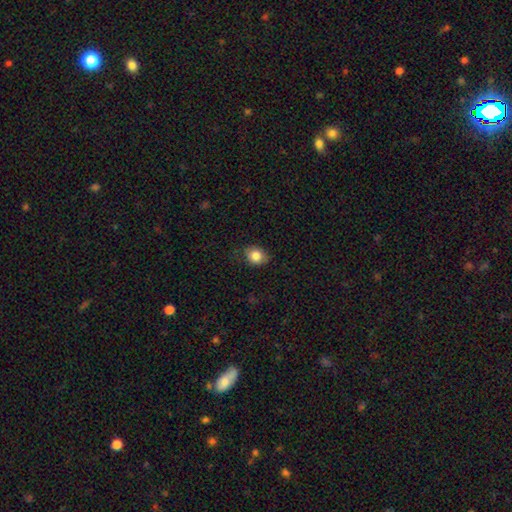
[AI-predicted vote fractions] smooth 83%, star or artifact 9%, featured or disk 8%. Down the decision tree: how rounded — round (51%); merging — none (76%).